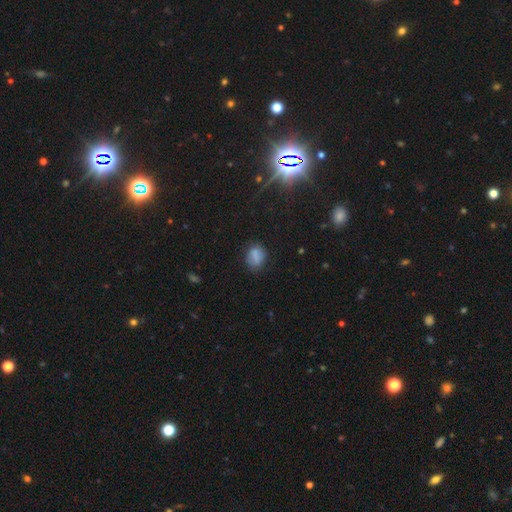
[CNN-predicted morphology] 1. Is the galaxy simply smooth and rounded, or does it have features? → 74% smooth, 13% featured or disk, 13% star or artifact.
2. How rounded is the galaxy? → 57% in between, 41% round, 2% cigar-shaped.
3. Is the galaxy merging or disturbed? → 72% none, 19% minor disturbance, 6% major disturbance, 4% merger.